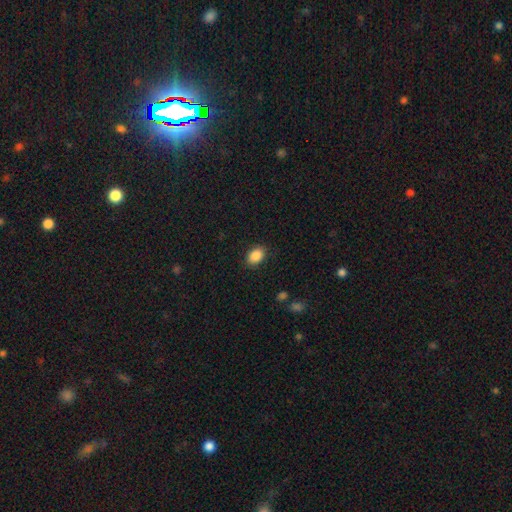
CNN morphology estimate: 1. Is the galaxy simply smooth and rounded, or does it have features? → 88% smooth, 8% star or artifact, 4% featured or disk.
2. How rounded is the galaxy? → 77% in between, 22% round, 1% cigar-shaped.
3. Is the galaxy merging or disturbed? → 87% none, 9% minor disturbance, 3% major disturbance, 1% merger.